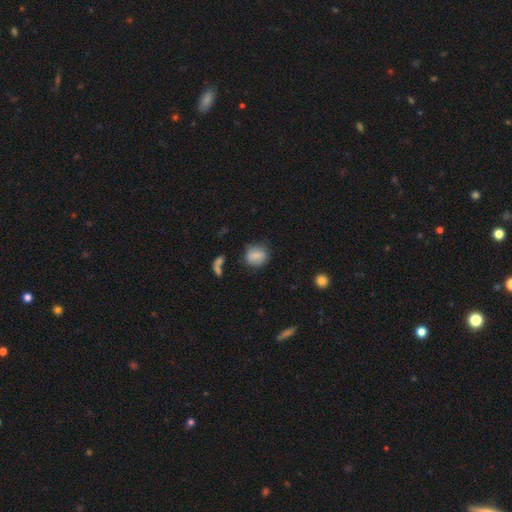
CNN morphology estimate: Smooth or featured?
  - smooth: 80% *
  - featured or disk: 11%
  - star or artifact: 9%
How rounded?
  - round: 69% *
  - in between: 30%
  - cigar-shaped: 2%
Merging?
  - none: 71% *
  - minor disturbance: 18%
  - major disturbance: 6%
  - merger: 5%